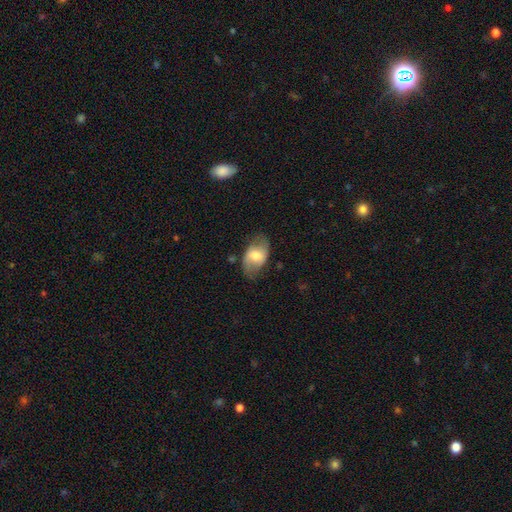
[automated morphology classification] Smooth or featured? Predicted: smooth (p=0.51). How rounded? Predicted: in between (p=0.88). Merging? Predicted: none (p=0.70).